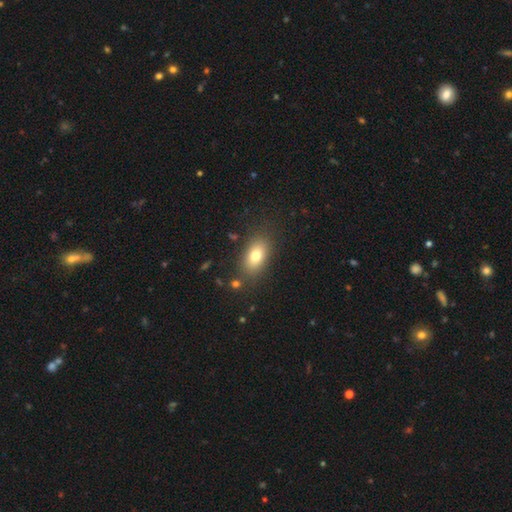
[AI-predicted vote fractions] Morphology: type=smooth (76%); roundness=in between (86%); merging=none (81%).